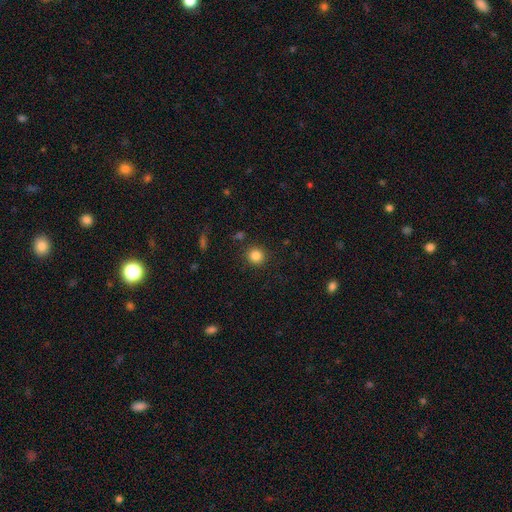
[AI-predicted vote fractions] Q: Smooth or featured?
A: smooth (84%); runner-up: star or artifact (11%)
Q: How rounded?
A: round (93%); runner-up: in between (6%)
Q: Merging?
A: none (89%); runner-up: minor disturbance (6%)